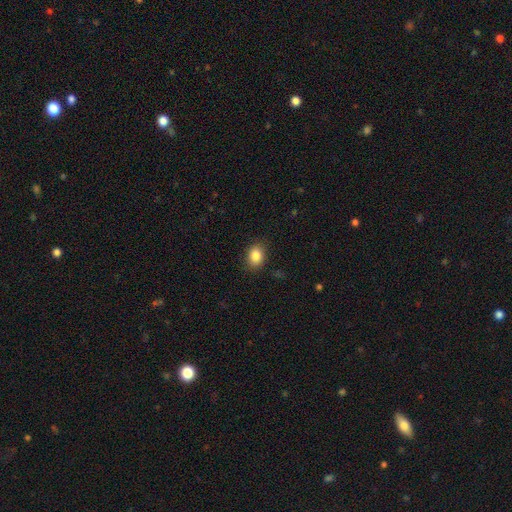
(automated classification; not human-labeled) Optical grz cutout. It shows a smooth galaxy with no disk features (85%) that is in between round and cigar-shaped (59%). Merging: none (86%).